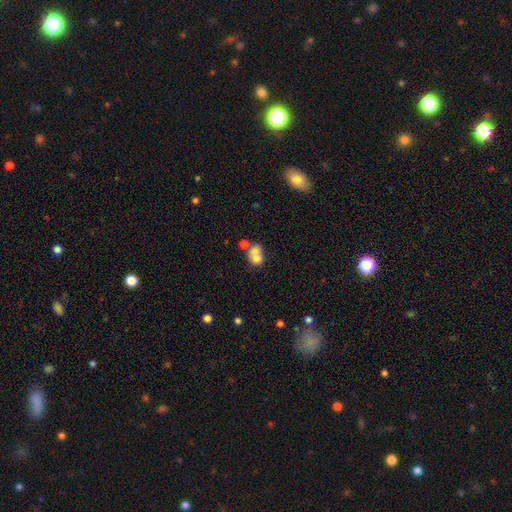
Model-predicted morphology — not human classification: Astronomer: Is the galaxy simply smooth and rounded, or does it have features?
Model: smooth — 68%.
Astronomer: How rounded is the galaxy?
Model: round — 55% (runner-up: in between, 44%).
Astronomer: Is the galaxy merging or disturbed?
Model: merger — 64%.